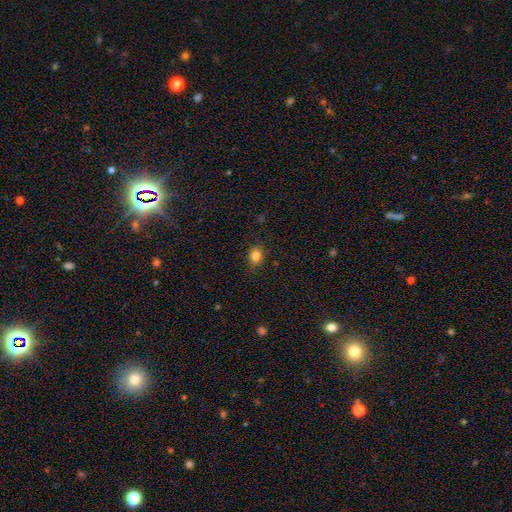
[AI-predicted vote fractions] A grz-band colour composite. It shows a smooth galaxy with no disk features (83%) that is in between round and cigar-shaped (57%). Merging: none (85%).